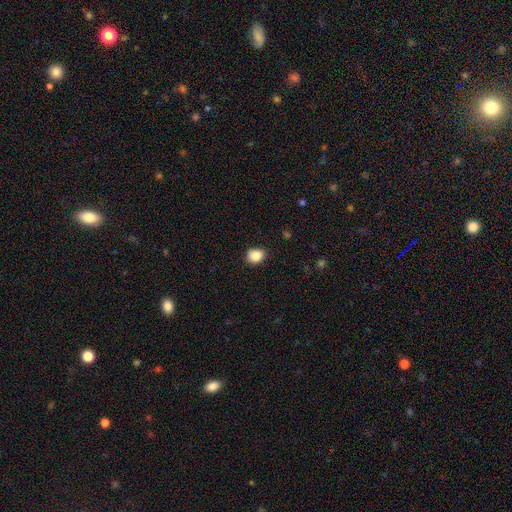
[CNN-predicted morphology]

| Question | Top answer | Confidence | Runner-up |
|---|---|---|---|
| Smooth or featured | smooth | 87% | star or artifact (9%) |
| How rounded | round | 52% | in between (47%) |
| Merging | none | 85% | minor disturbance (12%) |